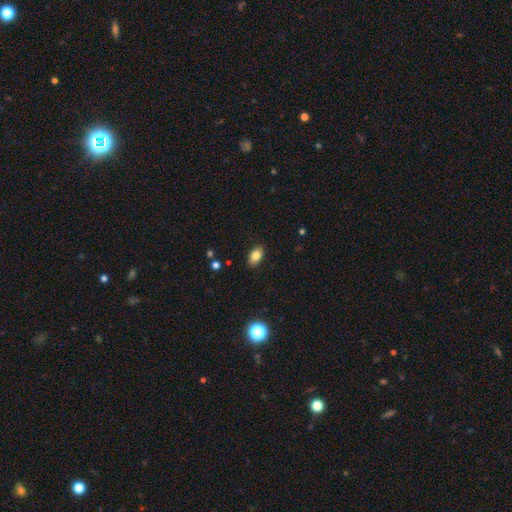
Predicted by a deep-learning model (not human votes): Smooth or featured: smooth — 81% (featured or disk — 10%)
How rounded: in between — 90% (round — 8%)
Merging: none — 88% (minor disturbance — 9%)